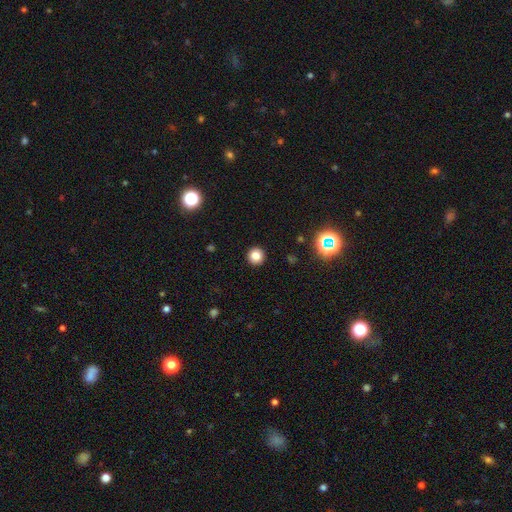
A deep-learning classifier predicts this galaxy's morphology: A smooth galaxy with no disk features (81%) that is round (94%).

Vote fractions:
- Smooth or featured? smooth: 81% / star or artifact: 13% / featured or disk: 5%
- How rounded? round: 94% / in between: 5% / cigar-shaped: 1%
- Merging? none: 93% / minor disturbance: 5% / major disturbance: 2% / merger: 1%